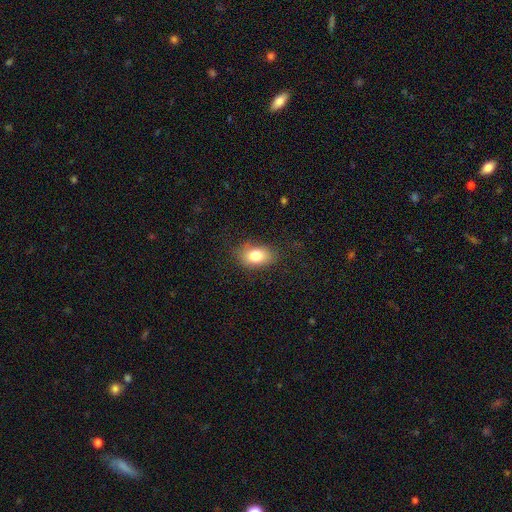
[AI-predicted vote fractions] smooth_or_featured: smooth (p=0.80) [alt: featured or disk p=0.12]
how_rounded: in between (p=0.83) [alt: round p=0.15]
merging: none (p=0.78) [alt: minor disturbance p=0.16]